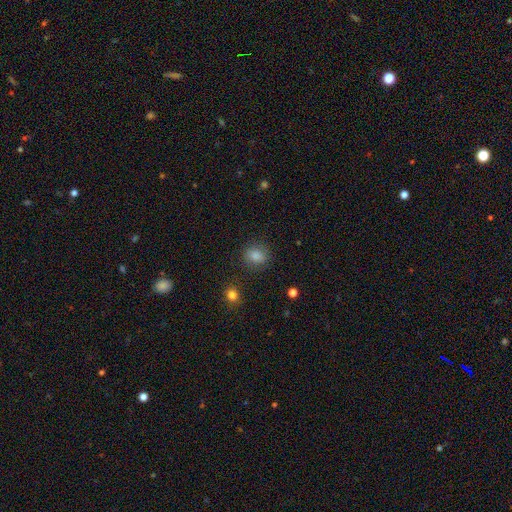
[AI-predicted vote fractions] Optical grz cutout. It shows a smooth galaxy with no disk features (80%) that is round (61%). Merging: none (87%).